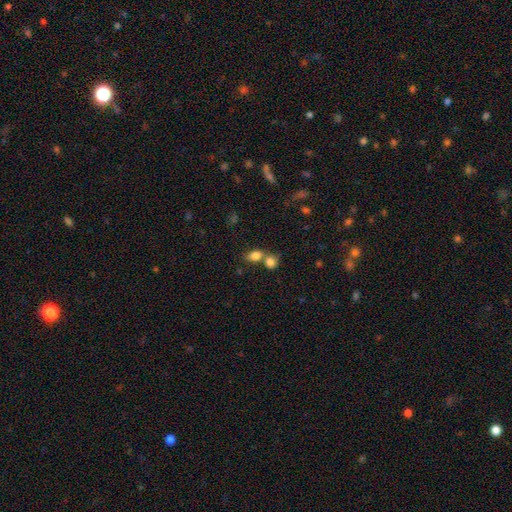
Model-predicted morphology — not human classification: Smooth or featured?
  - smooth: 82% *
  - star or artifact: 10%
  - featured or disk: 8%
How rounded?
  - in between: 66% *
  - round: 32%
  - cigar-shaped: 2%
Merging?
  - merger: 49% *
  - none: 38%
  - minor disturbance: 9%
  - major disturbance: 4%